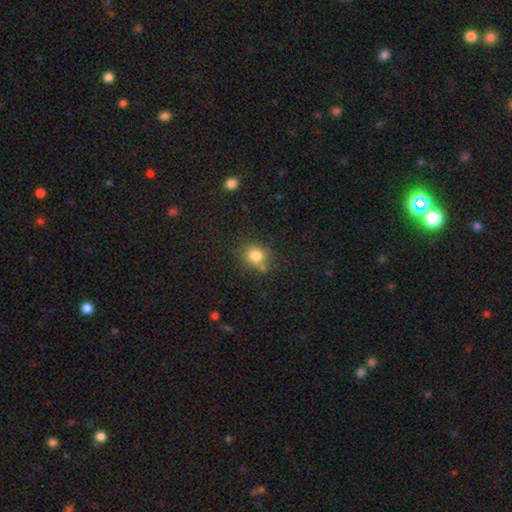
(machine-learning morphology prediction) A smooth galaxy with no disk features (80%) that is round (76%). Merging: none (65%).